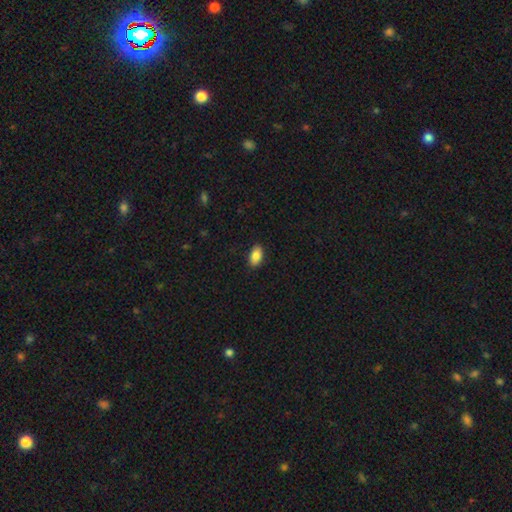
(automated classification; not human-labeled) Smooth or featured: smooth — 86% (star or artifact — 7%)
How rounded: in between — 93% (round — 4%)
Merging: none — 89% (minor disturbance — 8%)